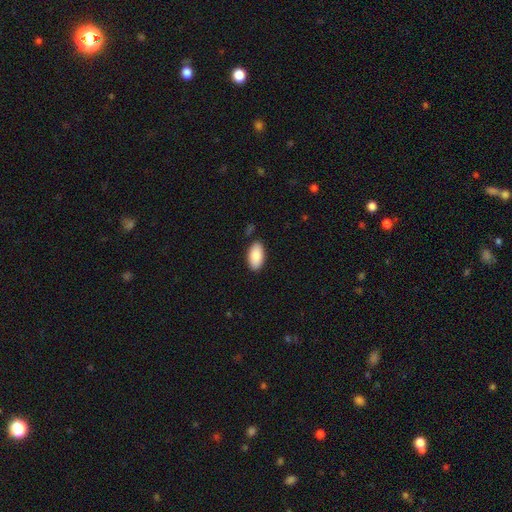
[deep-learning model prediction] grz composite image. It shows a smooth galaxy with no disk features (88%) that is in between round and cigar-shaped (95%). Merging: none (86%).